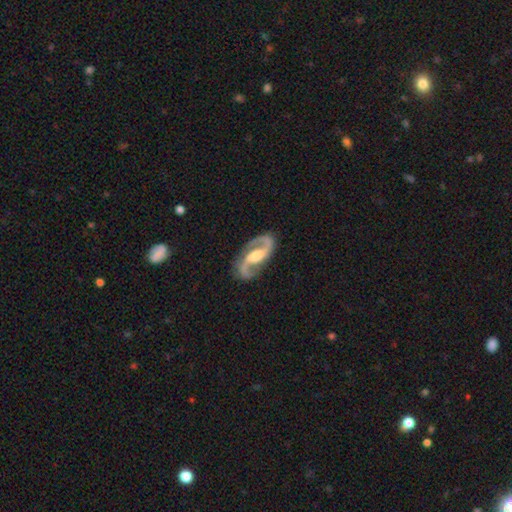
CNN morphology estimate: This is clearly a featured or disk galaxy (93%). It is clearly not viewed edge-on (97%). Bar: marginally weak (43%). Spiral arm pattern: clearly yes (98%). Spiral arm count: clearly 2 (95%). Spiral winding: possibly medium (59%). Central bulge: possibly moderate (59%). Merging: clearly none (83%).